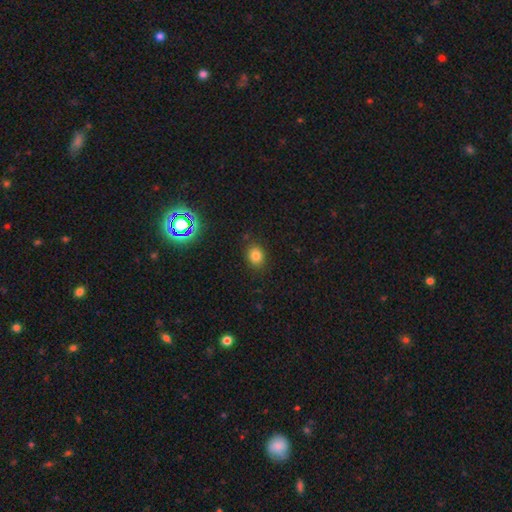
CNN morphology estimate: Q: Smooth or featured?
A: smooth (79%); runner-up: star or artifact (14%)
Q: How rounded?
A: round (59%); runner-up: in between (40%)
Q: Merging?
A: none (85%); runner-up: minor disturbance (11%)